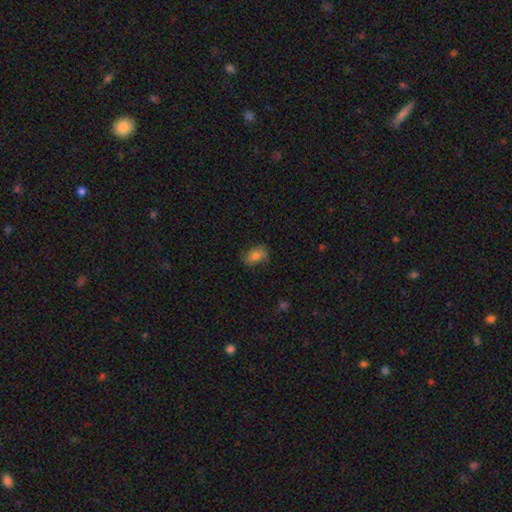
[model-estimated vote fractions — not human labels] The model was most divided on "merging": none: 69%, minor disturbance: 24%, major disturbance: 6%, merger: 1%. More confident: how rounded — in between (86%); smooth or featured — smooth (74%).